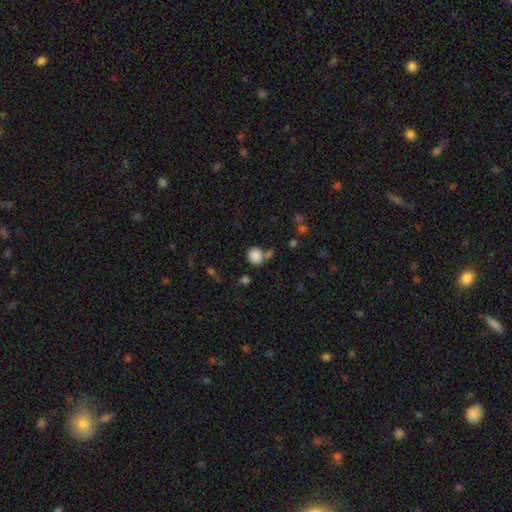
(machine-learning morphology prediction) The model was most divided on "merging": none: 64%, merger: 19%, minor disturbance: 13%, major disturbance: 5%. More confident: smooth or featured — smooth (85%); how rounded — round (83%).